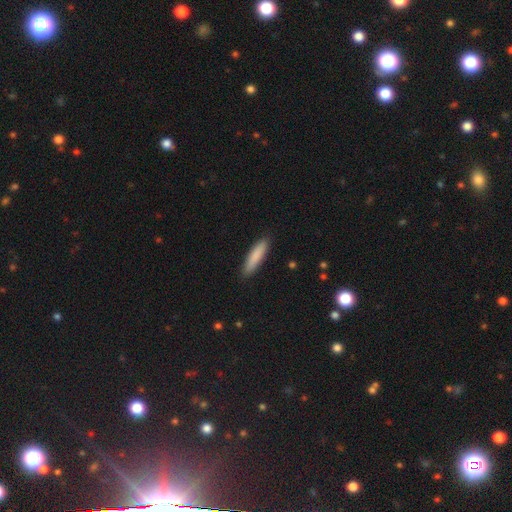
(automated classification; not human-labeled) Q: Smooth or featured?
A: smooth (85%); runner-up: featured or disk (9%)
Q: How rounded?
A: cigar-shaped (80%); runner-up: in between (19%)
Q: Merging?
A: none (89%); runner-up: minor disturbance (8%)